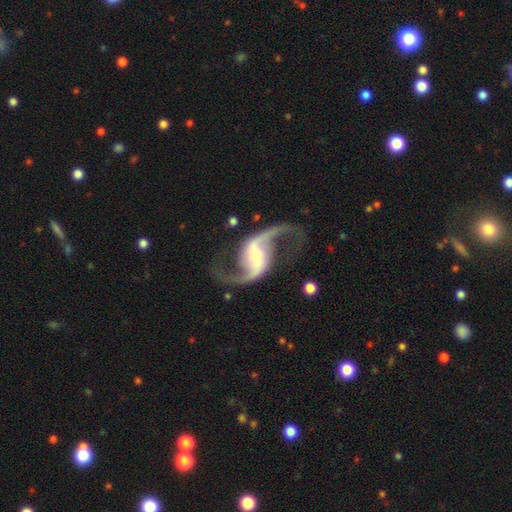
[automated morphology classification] Smooth or featured? Predicted: featured or disk (p=0.94). Edge-on disk? Predicted: no (p=0.98). Bar? Predicted: strong (p=0.46). Spiral arms? Predicted: yes (p=0.98). Spiral winding? Predicted: loose (p=0.71). Spiral arm count? Predicted: 2 (p=0.95). Bulge size? Predicted: small (p=0.44). Merging? Predicted: none (p=0.80).